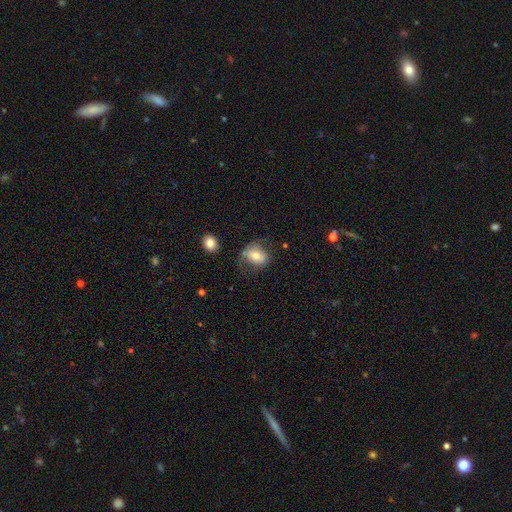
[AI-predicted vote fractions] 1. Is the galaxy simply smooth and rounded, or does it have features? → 69% smooth, 23% featured or disk, 9% star or artifact.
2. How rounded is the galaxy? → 65% in between, 34% round, 1% cigar-shaped.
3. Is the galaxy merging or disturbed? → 56% none, 25% minor disturbance, 15% major disturbance, 4% merger.